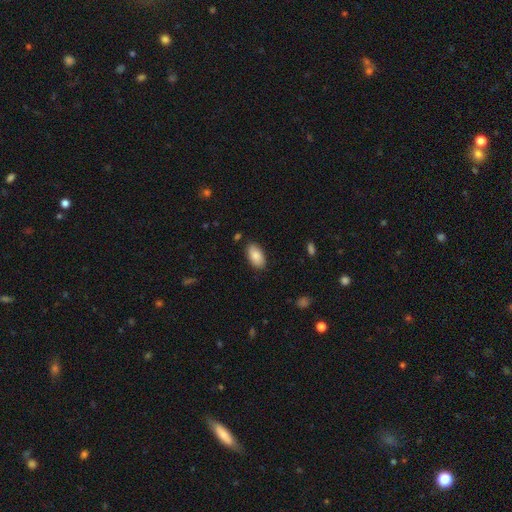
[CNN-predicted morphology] Smooth or featured?
  - smooth: 86% *
  - featured or disk: 7%
  - star or artifact: 6%
How rounded?
  - in between: 94% *
  - round: 3%
  - cigar-shaped: 3%
Merging?
  - none: 85% *
  - minor disturbance: 11%
  - major disturbance: 2%
  - merger: 1%